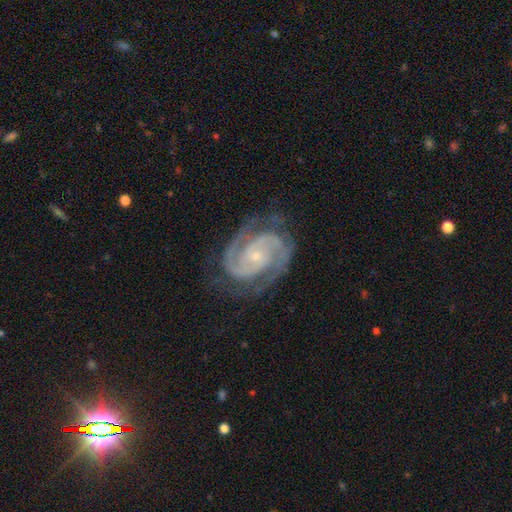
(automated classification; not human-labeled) Q: Smooth or featured?
A: featured or disk (93%); runner-up: star or artifact (4%)
Q: Edge-on disk?
A: no (98%); runner-up: yes (2%)
Q: Bar?
A: no (62%); runner-up: weak (27%)
Q: Spiral arms?
A: yes (99%); runner-up: no (1%)
Q: Spiral winding?
A: tight (57%); runner-up: medium (39%)
Q: Spiral arm count?
A: 2 (91%); runner-up: 3 (4%)
Q: Bulge size?
A: small (80%); runner-up: moderate (15%)
Q: Merging?
A: none (79%); runner-up: minor disturbance (15%)